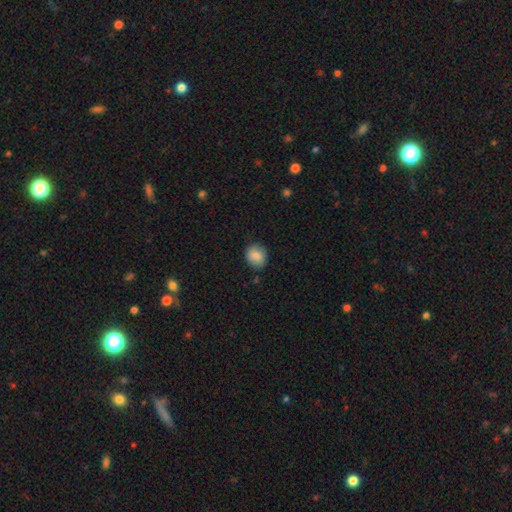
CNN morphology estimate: A smooth galaxy with no disk features (86%) that is round (70%). Merging: none (81%).